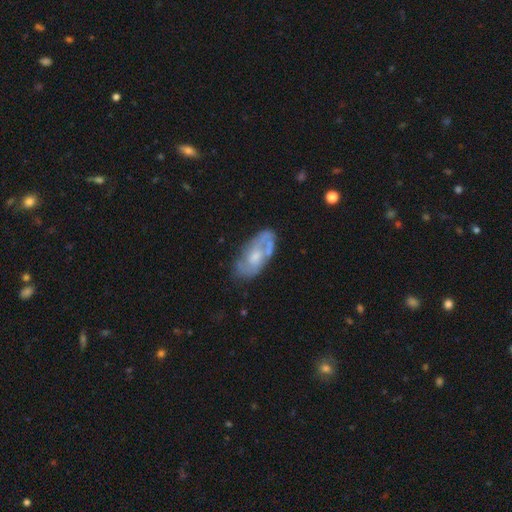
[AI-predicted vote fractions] smooth-or-featured: featured or disk: 64% | smooth: 29% | star or artifact: 6%
  disk-edge-on: no: 92% | yes: 8%
    bar: no: 72% | weak: 24% | strong: 4%
    has-spiral-arms: yes: 64% | no: 36%
    bulge-size: moderate: 52% | small: 29% | none: 10% | large: 8% | dominant: 1%
  merging: none: 63% | minor disturbance: 23% | major disturbance: 10% | merger: 5%